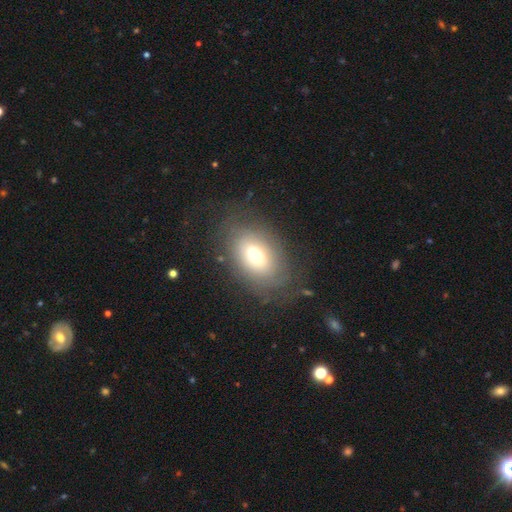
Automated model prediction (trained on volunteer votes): Smooth or featured? smooth (55%)
How rounded? in between (82%)
Merging? none (72%)